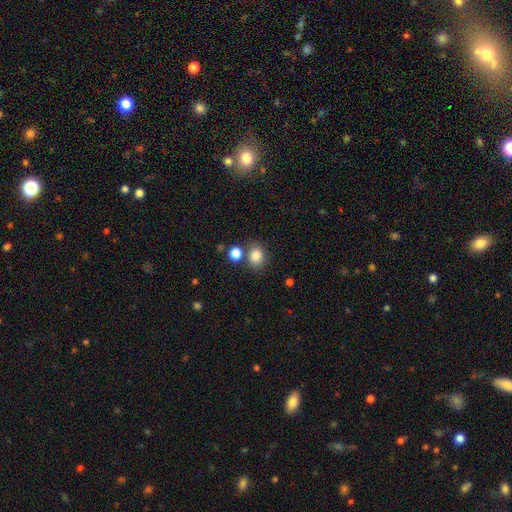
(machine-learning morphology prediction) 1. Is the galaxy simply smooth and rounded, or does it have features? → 85% smooth, 10% star or artifact, 5% featured or disk.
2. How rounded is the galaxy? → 60% round, 40% in between, 1% cigar-shaped.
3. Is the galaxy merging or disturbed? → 68% none, 16% merger, 12% minor disturbance, 4% major disturbance.